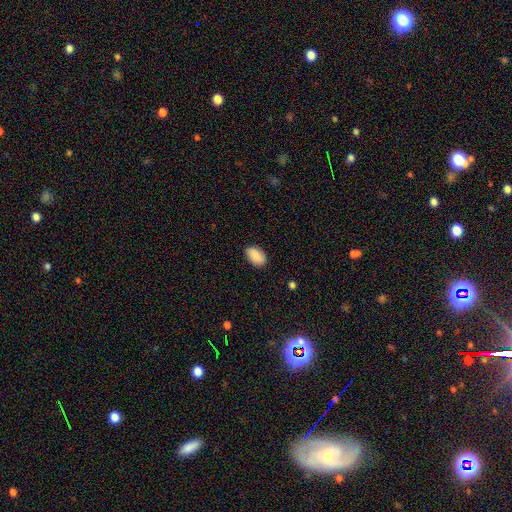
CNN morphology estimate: Smooth or featured?
  - smooth: 88% *
  - star or artifact: 7%
  - featured or disk: 5%
How rounded?
  - in between: 91% *
  - round: 7%
  - cigar-shaped: 1%
Merging?
  - none: 86% *
  - minor disturbance: 10%
  - major disturbance: 2%
  - merger: 1%